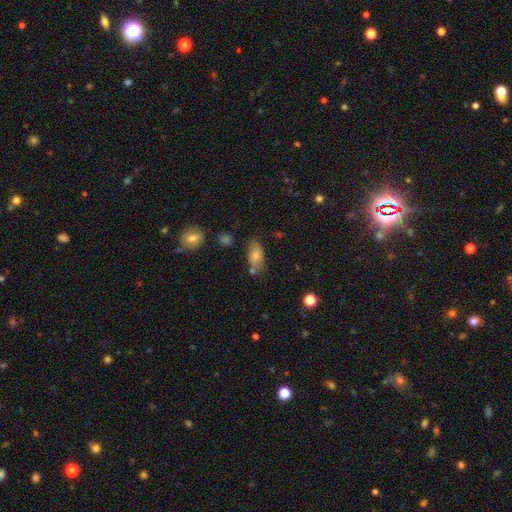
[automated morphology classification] Smooth or featured?
  - smooth: 73% *
  - featured or disk: 19%
  - star or artifact: 8%
How rounded?
  - in between: 90% *
  - cigar-shaped: 5%
  - round: 5%
Merging?
  - none: 67% *
  - minor disturbance: 19%
  - merger: 9%
  - major disturbance: 4%